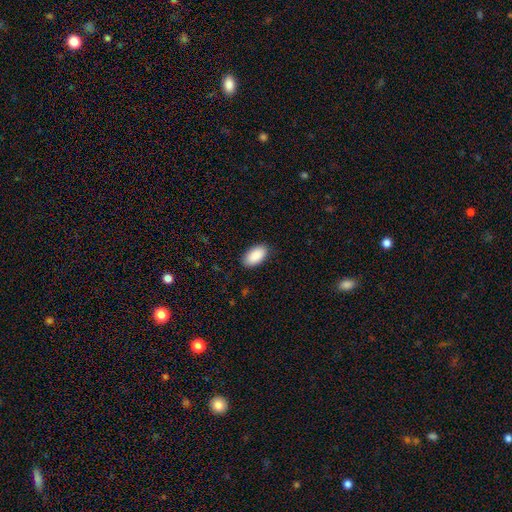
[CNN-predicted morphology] smooth-or-featured: smooth: 91% | star or artifact: 6% | featured or disk: 3%
  how-rounded: in between: 96% | round: 2% | cigar-shaped: 2%
  merging: none: 88% | minor disturbance: 9% | major disturbance: 2% | merger: 1%